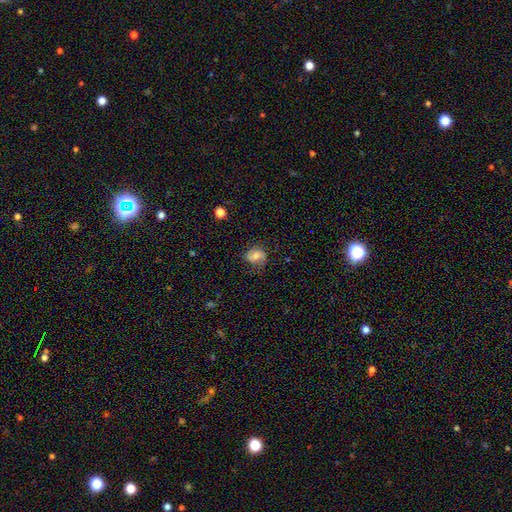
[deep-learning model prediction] A smooth galaxy with no disk features (46%). Merging: none (69%).